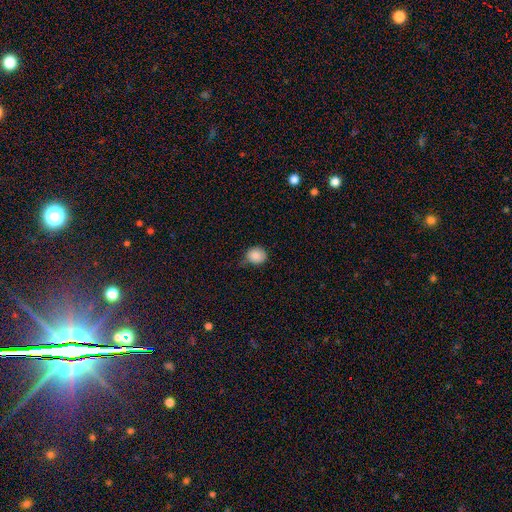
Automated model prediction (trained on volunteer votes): Smooth or featured?
  - smooth: 84% *
  - star or artifact: 9%
  - featured or disk: 6%
How rounded?
  - round: 83% *
  - in between: 16%
  - cigar-shaped: 1%
Merging?
  - none: 55% *
  - minor disturbance: 35%
  - major disturbance: 7%
  - merger: 2%